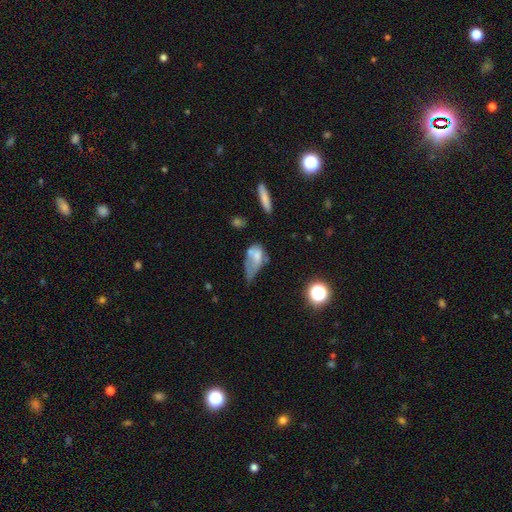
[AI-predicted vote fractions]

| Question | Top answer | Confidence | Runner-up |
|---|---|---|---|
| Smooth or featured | smooth | 57% | featured or disk (31%) |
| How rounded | in between | 84% | round (9%) |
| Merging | major disturbance | 40% | minor disturbance (28%) |